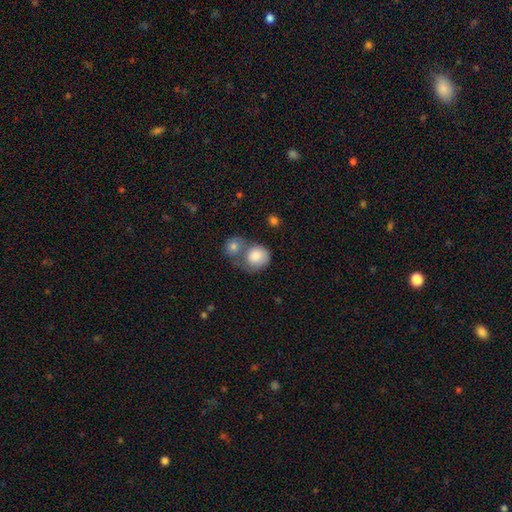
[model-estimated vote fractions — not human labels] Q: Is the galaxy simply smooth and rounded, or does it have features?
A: smooth — 82%.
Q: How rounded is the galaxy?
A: round — 72%.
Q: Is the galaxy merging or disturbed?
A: merger — 53%.